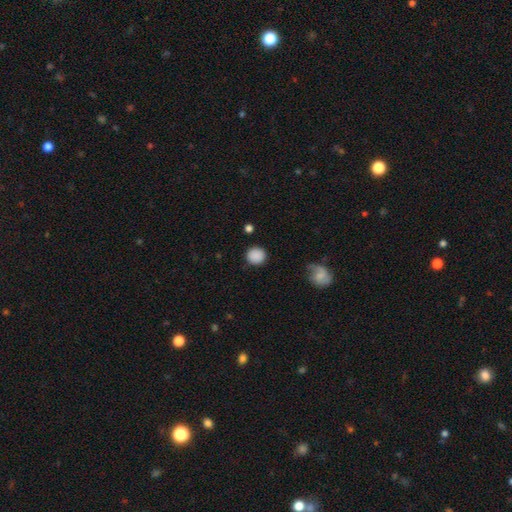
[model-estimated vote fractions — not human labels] smooth_or_featured: smooth (p=0.87) [alt: star or artifact p=0.09]
how_rounded: round (p=0.90) [alt: in between p=0.09]
merging: none (p=0.87) [alt: minor disturbance p=0.08]